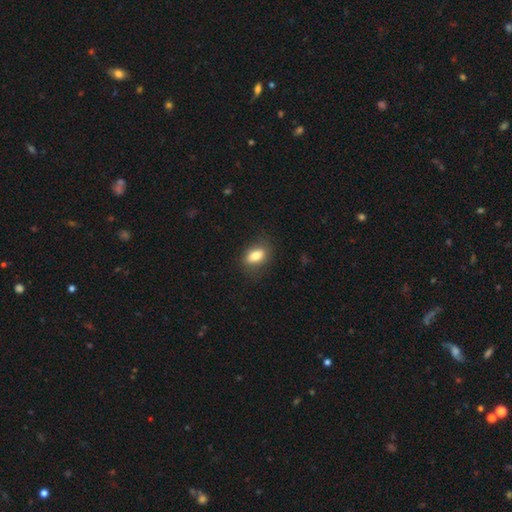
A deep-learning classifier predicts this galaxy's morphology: Q: Smooth or featured?
A: smooth (77%); runner-up: featured or disk (14%)
Q: How rounded?
A: in between (82%); runner-up: round (14%)
Q: Merging?
A: none (78%); runner-up: minor disturbance (16%)